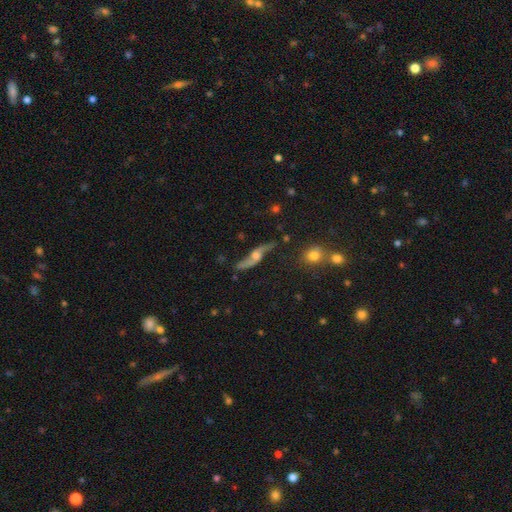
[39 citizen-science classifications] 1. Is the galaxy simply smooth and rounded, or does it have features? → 90% featured or disk, 5% smooth, 5% star or artifact.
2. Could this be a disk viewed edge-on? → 69% no, 31% yes.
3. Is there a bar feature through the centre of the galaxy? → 62% no, 25% weak, 12% strong.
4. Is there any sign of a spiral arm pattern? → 96% yes, 4% no.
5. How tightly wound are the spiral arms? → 87% loose, 9% medium, 4% tight.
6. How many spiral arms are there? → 87% 2, 9% 1, 4% can't tell, 0% 3, 0% 4, 0% more than 4.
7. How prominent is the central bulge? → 54% moderate, 29% small, 17% large, 0% dominant, 0% none.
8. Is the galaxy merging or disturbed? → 59% none, 22% major disturbance, 16% minor disturbance, 3% merger.